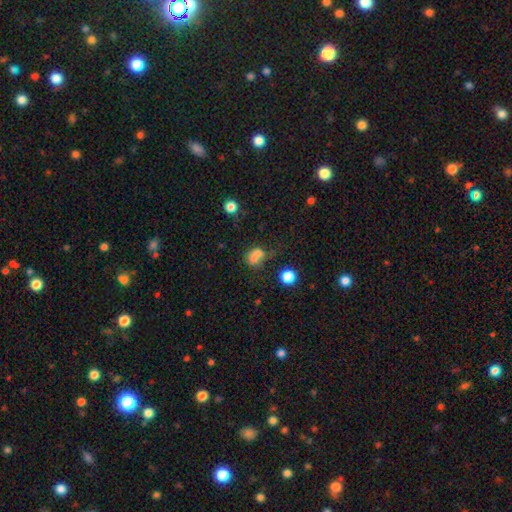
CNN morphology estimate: type=smooth (71%); roundness=in between (54%); merging=merger (44%).